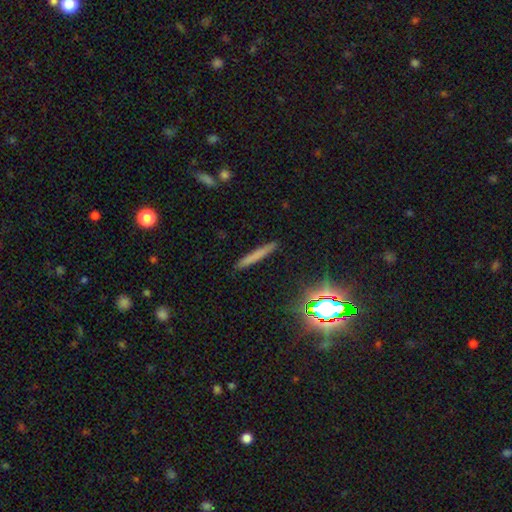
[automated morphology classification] This appears to be a smooth galaxy with no disk features (62%) that is cigar-shaped (94%). Merging: none (89%).